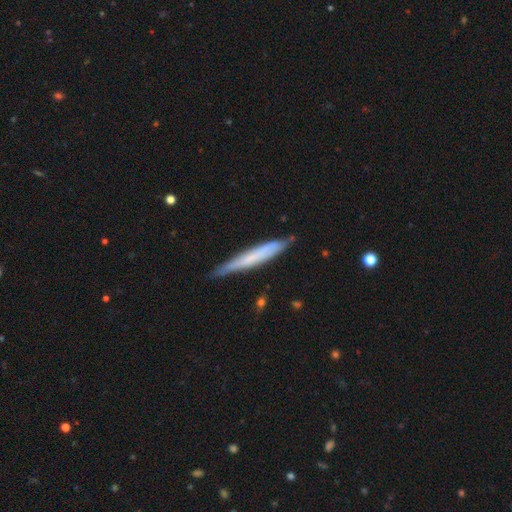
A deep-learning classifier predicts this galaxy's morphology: smooth-or-featured: smooth: 54% | featured or disk: 40% | star or artifact: 6%
  how-rounded: cigar-shaped: 95% | in between: 4% | round: 1%
  merging: none: 76% | minor disturbance: 19% | major disturbance: 3% | merger: 2%